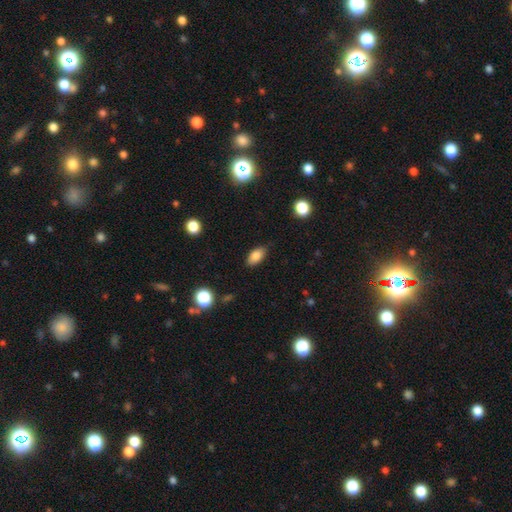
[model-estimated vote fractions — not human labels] Q: Smooth or featured?
A: smooth (84%); runner-up: star or artifact (9%)
Q: How rounded?
A: in between (90%); runner-up: round (5%)
Q: Merging?
A: none (83%); runner-up: minor disturbance (13%)